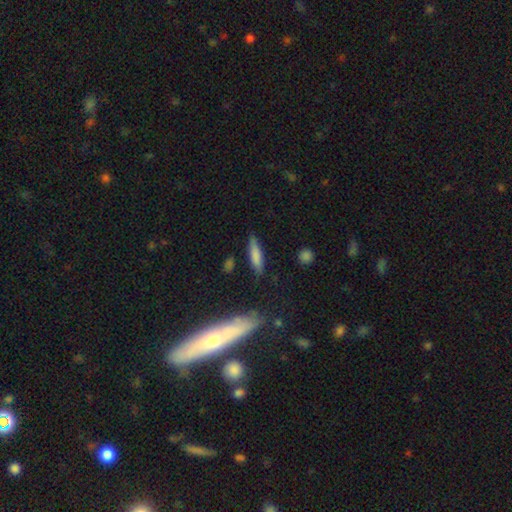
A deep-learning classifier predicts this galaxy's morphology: This appears to be a smooth galaxy with no disk features (74%) that is cigar-shaped (76%). Merging: none (79%).